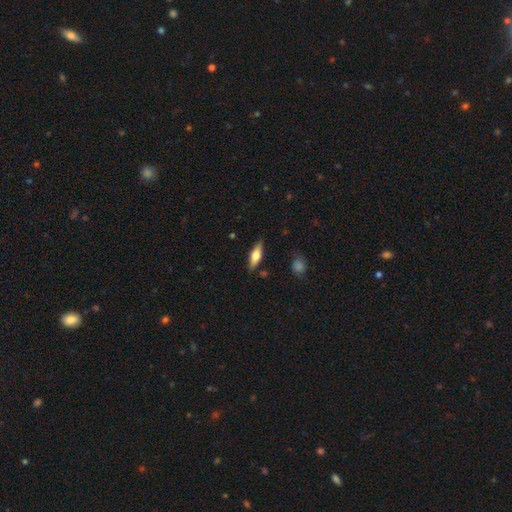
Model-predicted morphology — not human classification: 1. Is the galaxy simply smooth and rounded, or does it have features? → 60% smooth, 34% featured or disk, 6% star or artifact.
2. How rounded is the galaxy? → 54% in between, 43% cigar-shaped, 3% round.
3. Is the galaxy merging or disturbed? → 85% none, 11% minor disturbance, 2% major disturbance, 2% merger.